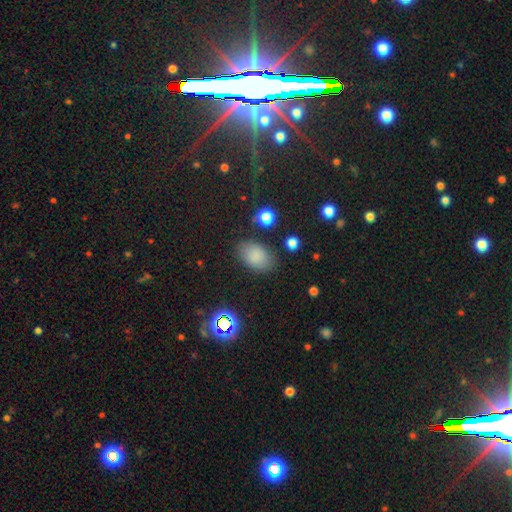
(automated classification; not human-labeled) Q: Smooth or featured?
A: smooth (82%); runner-up: star or artifact (12%)
Q: How rounded?
A: in between (88%); runner-up: round (11%)
Q: Merging?
A: none (79%); runner-up: minor disturbance (14%)